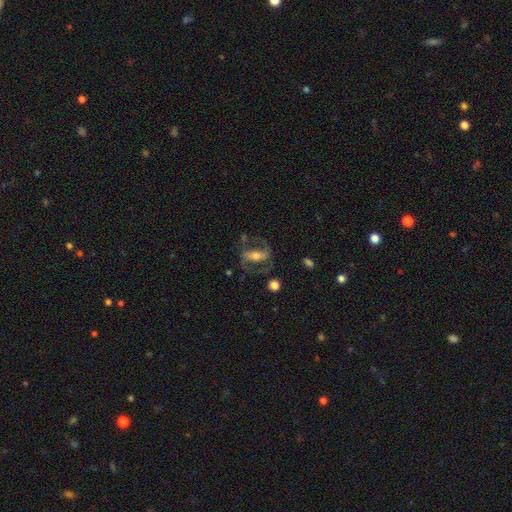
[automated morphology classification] Smooth or featured? featured or disk (74%)
Edge-on disk? no (91%)
Bar? strong (56%)
Spiral arms? yes (83%)
Spiral winding? medium (50%)
Spiral arm count? 2 (86%)
Bulge size? moderate (55%)
Merging? none (61%)